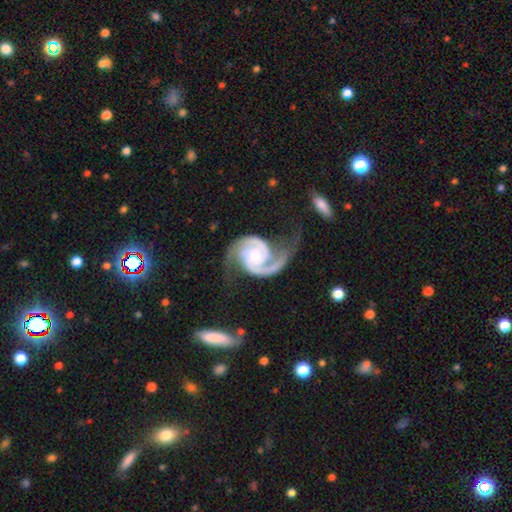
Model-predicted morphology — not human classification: smooth-or-featured: featured or disk: 94% | star or artifact: 3% | smooth: 3%
  disk-edge-on: no: 98% | yes: 2%
    bar: no: 64% | weak: 28% | strong: 8%
    has-spiral-arms: yes: 99% | no: 1%
      spiral-winding: medium: 52% | tight: 33% | loose: 14%
      spiral-arm-count: 2: 92% | 3: 2% | 1: 2% | can't tell: 2% | 4: 1% | more than 4: 1%
    bulge-size: moderate: 57% | small: 36% | large: 4% | none: 2% | dominant: 1%
  merging: none: 60% | minor disturbance: 20% | major disturbance: 17% | merger: 3%